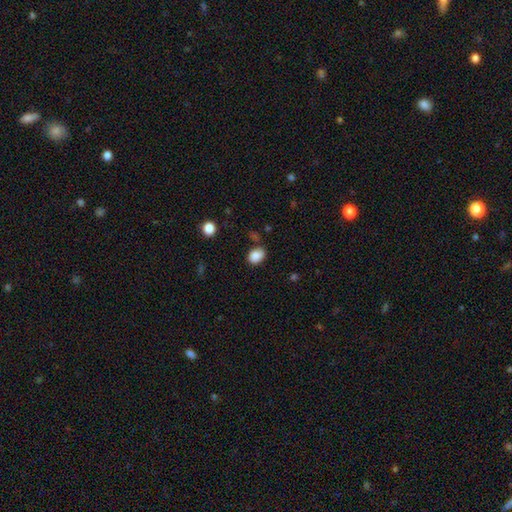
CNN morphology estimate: Smooth or featured: smooth — 87% (star or artifact — 9%)
How rounded: in between — 68% (round — 31%)
Merging: none — 70% (minor disturbance — 21%)